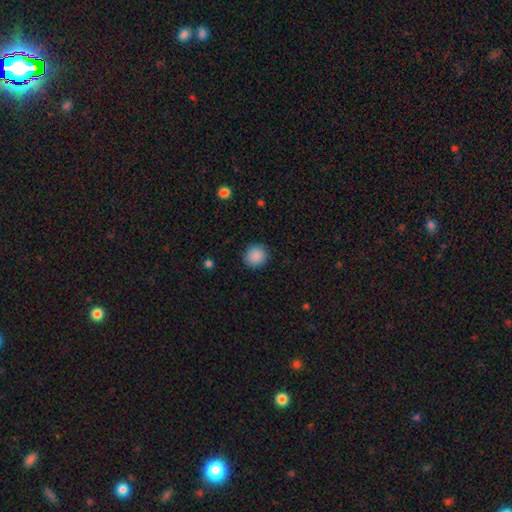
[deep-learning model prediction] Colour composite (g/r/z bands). It shows a smooth galaxy with no disk features (89%) that is round (88%). Merging: none (90%).